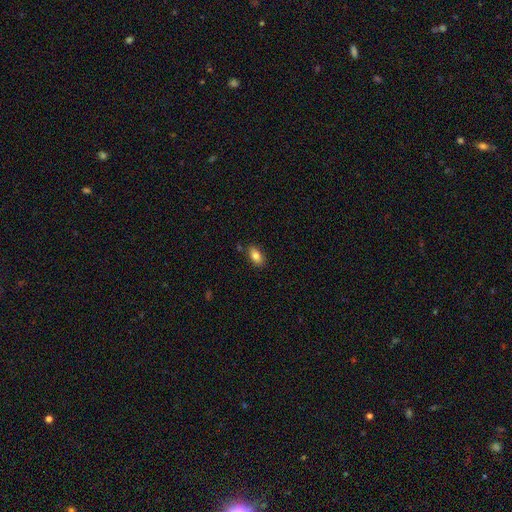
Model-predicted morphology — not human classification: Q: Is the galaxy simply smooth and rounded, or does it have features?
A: smooth — 82%.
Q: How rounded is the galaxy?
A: in between — 90%.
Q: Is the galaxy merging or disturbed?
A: none — 83%.